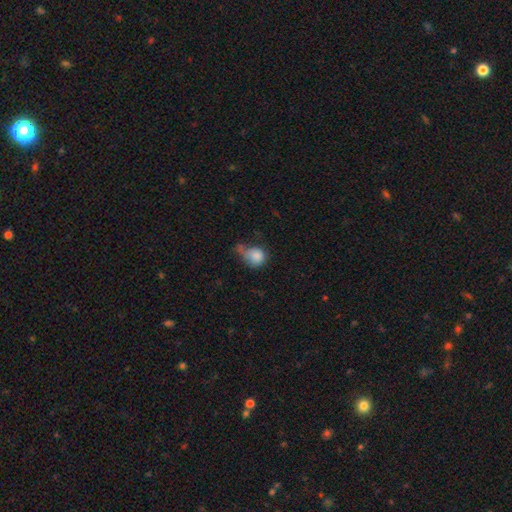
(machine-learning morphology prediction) Smooth or featured?
  - smooth: 83% *
  - star or artifact: 9%
  - featured or disk: 9%
How rounded?
  - round: 68% *
  - in between: 31%
  - cigar-shaped: 1%
Merging?
  - none: 31% *
  - minor disturbance: 29%
  - major disturbance: 24%
  - merger: 16%